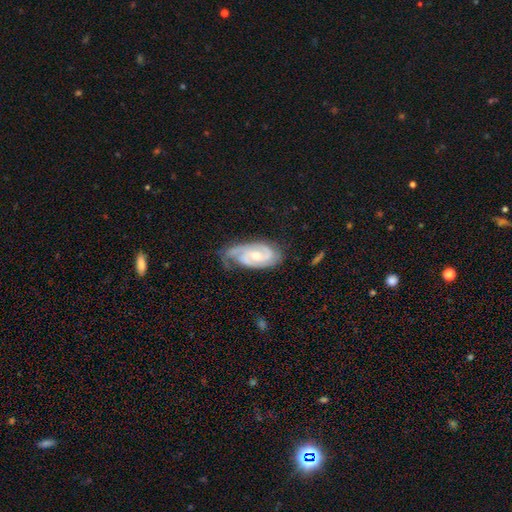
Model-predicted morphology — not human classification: Smooth or featured? featured or disk (88%)
Edge-on disk? no (96%)
Bar? no (51%)
Spiral arms? yes (98%)
Spiral winding? tight (59%)
Spiral arm count? 2 (71%)
Bulge size? moderate (52%)
Merging? none (62%)